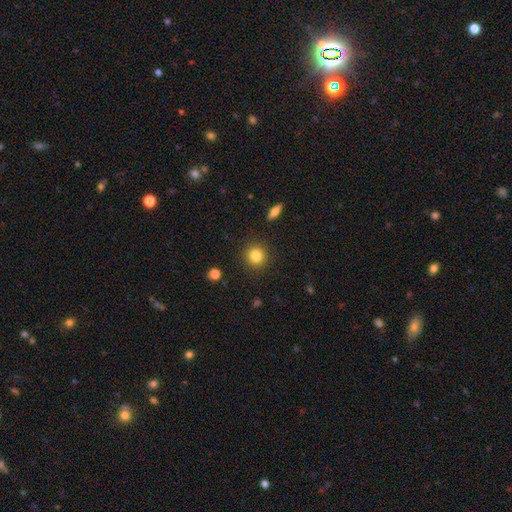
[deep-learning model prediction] smooth-or-featured: smooth: 83% | star or artifact: 10% | featured or disk: 7%
  how-rounded: round: 90% | in between: 9% | cigar-shaped: 1%
  merging: none: 90% | minor disturbance: 6% | major disturbance: 2% | merger: 1%